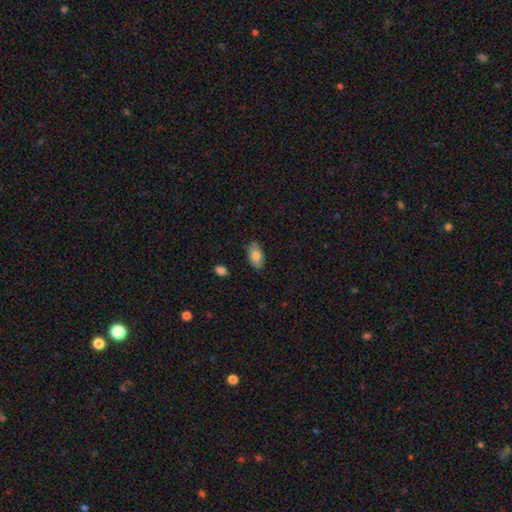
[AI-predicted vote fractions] smooth_or_featured: smooth (p=0.76) [alt: featured or disk p=0.17]
how_rounded: in between (p=0.93) [alt: round p=0.05]
merging: none (p=0.82) [alt: minor disturbance p=0.14]